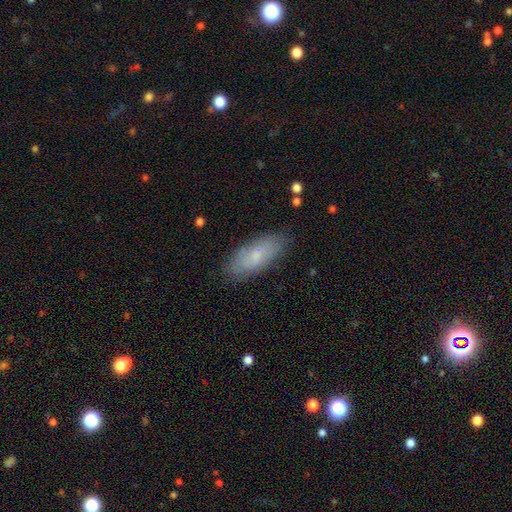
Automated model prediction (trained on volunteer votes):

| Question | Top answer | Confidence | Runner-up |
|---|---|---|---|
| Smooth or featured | smooth | 70% | featured or disk (23%) |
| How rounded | in between | 76% | cigar-shaped (22%) |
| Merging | none | 82% | minor disturbance (13%) |